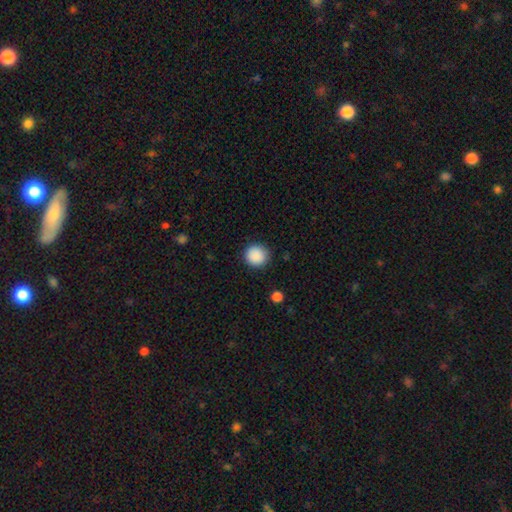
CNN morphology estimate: A smooth galaxy with no disk features (89%) that is round (94%). Merging: none (90%).